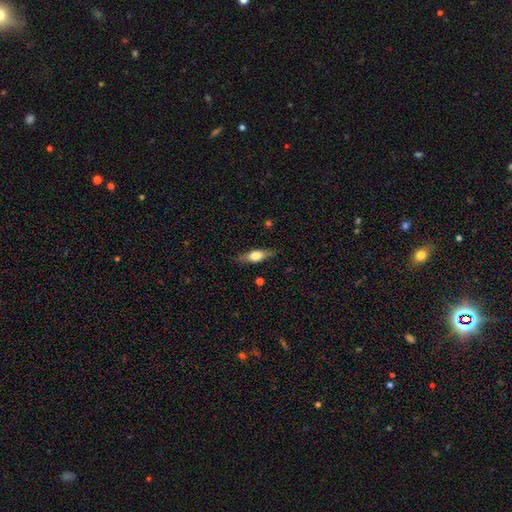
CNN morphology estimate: This appears to be a smooth galaxy with no disk features (57%) that is in between round and cigar-shaped (61%). Merging: none (79%).